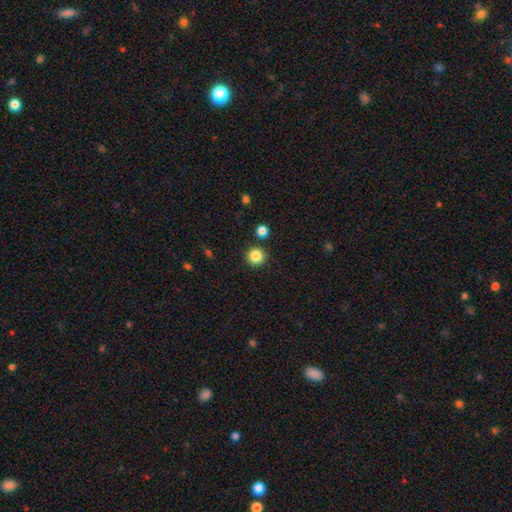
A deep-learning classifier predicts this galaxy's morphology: smooth-or-featured: smooth: 85% | star or artifact: 11% | featured or disk: 4%
  how-rounded: round: 94% | in between: 5% | cigar-shaped: 1%
  merging: none: 88% | minor disturbance: 6% | merger: 4% | major disturbance: 2%